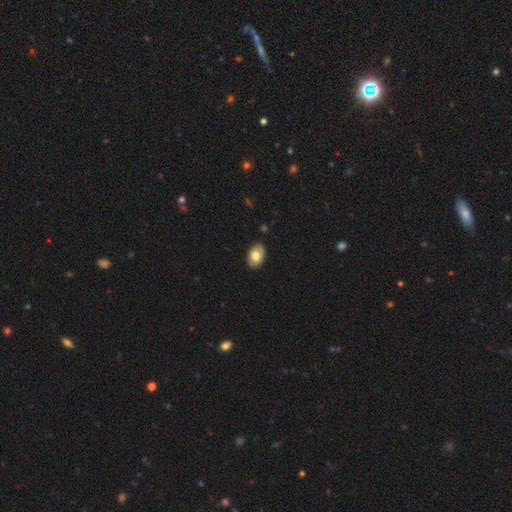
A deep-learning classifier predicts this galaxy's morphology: This is likely a smooth galaxy (71%). How rounded: clearly in between (88%). Merging: clearly none (88%).